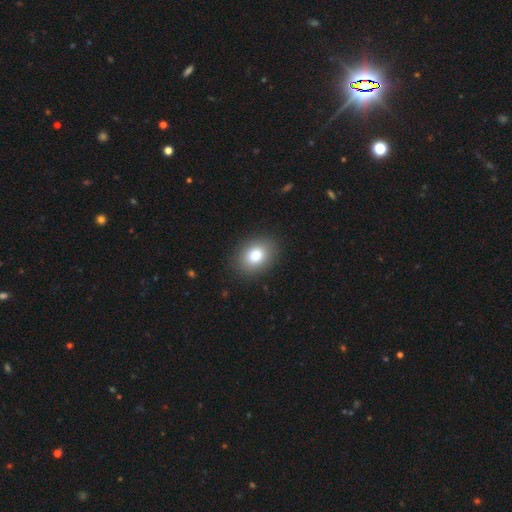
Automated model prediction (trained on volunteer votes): smooth-or-featured: smooth: 81% | featured or disk: 10% | star or artifact: 9%
  how-rounded: in between: 65% | round: 34% | cigar-shaped: 1%
  merging: none: 88% | minor disturbance: 8% | major disturbance: 3% | merger: 1%